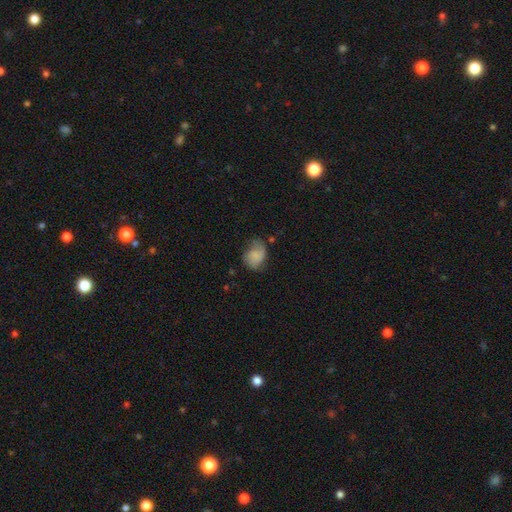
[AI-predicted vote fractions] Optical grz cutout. It shows a smooth galaxy with no disk features (63%) that is in between round and cigar-shaped (63%). Merging: none (45%).